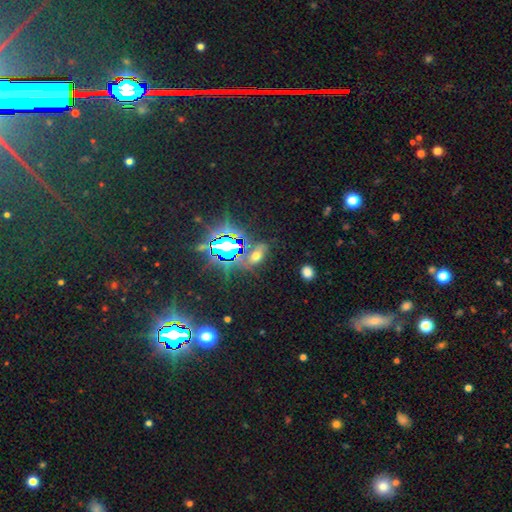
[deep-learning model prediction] Q: Smooth or featured?
A: star or artifact (46%); runner-up: smooth (39%)